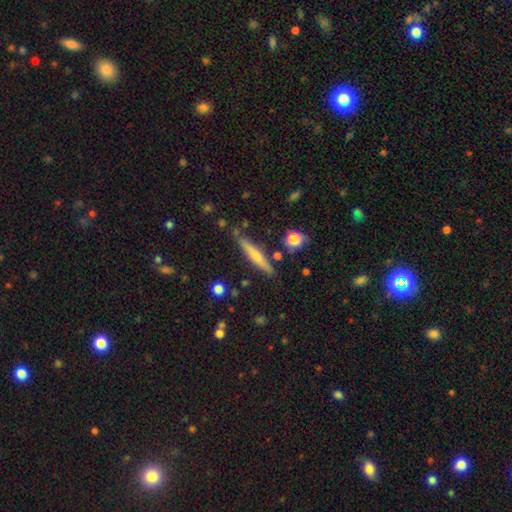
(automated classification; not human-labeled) Q: Smooth or featured?
A: featured or disk (53%); runner-up: smooth (40%)
Q: Edge-on disk?
A: yes (95%); runner-up: no (5%)
Q: Merging?
A: none (82%); runner-up: minor disturbance (11%)